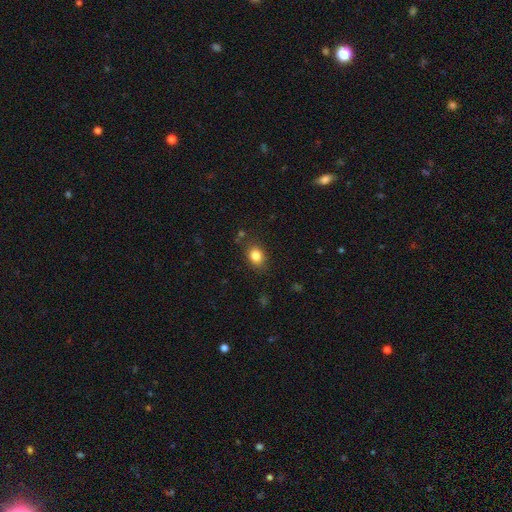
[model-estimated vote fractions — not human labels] Overall: smooth (83%). How rounded: in between (55%; round 44%). Merging: none (81%).